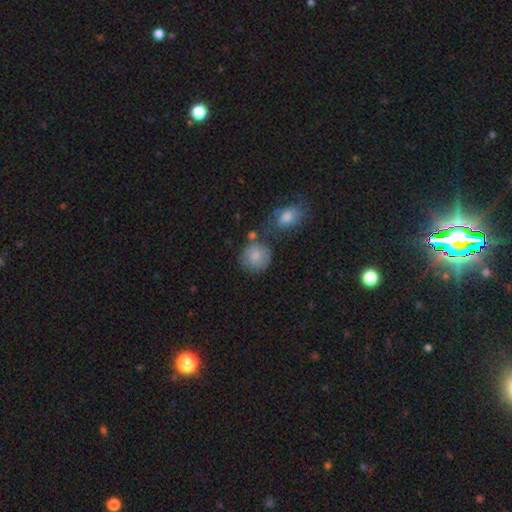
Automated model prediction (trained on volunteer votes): smooth-or-featured: smooth: 78% | featured or disk: 15% | star or artifact: 7%
  how-rounded: round: 81% | in between: 18% | cigar-shaped: 1%
  merging: none: 58% | minor disturbance: 19% | merger: 16% | major disturbance: 7%